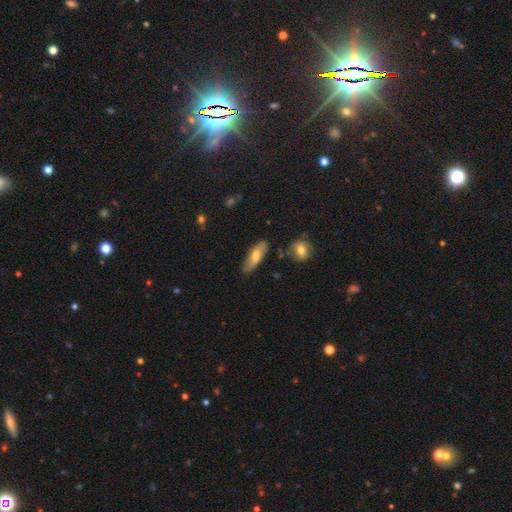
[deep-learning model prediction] smooth 65%, featured or disk 29%, star or artifact 6%. Down the decision tree: how rounded — in between (61%); merging — none (77%).